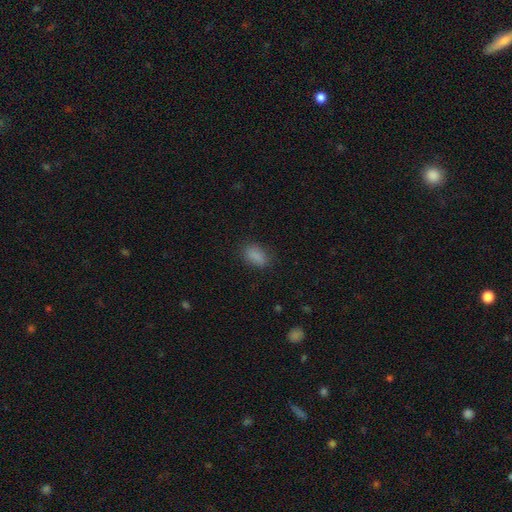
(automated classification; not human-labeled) Q: Smooth or featured?
A: smooth (86%); runner-up: star or artifact (10%)
Q: How rounded?
A: in between (89%); runner-up: round (8%)
Q: Merging?
A: none (81%); runner-up: minor disturbance (14%)